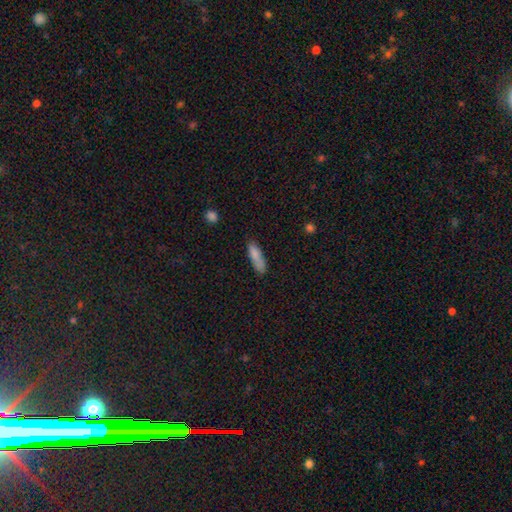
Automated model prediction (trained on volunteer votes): This appears to be a smooth galaxy with no disk features (82%) that is cigar-shaped (56%). Merging: none (66%).